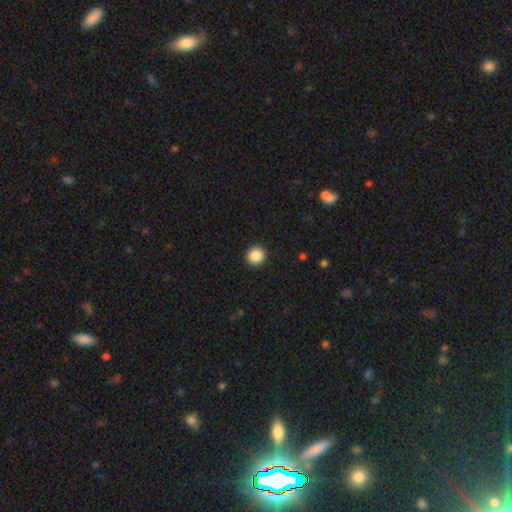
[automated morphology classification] Overall: smooth (88%). How rounded: round (90%). Merging: none (92%).